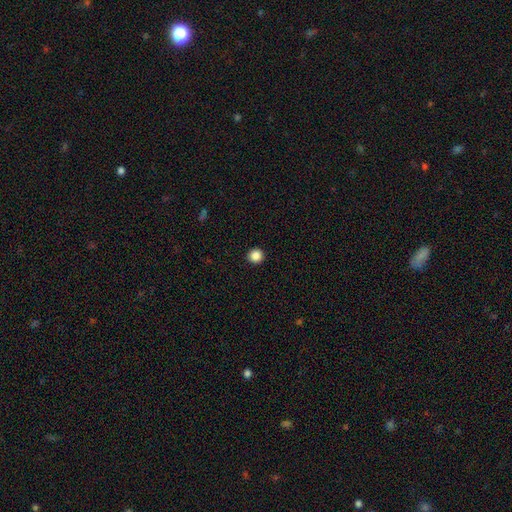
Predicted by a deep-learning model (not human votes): smooth_or_featured: smooth (p=0.87) [alt: star or artifact p=0.10]
how_rounded: round (p=0.95) [alt: in between p=0.04]
merging: none (p=0.94) [alt: minor disturbance p=0.04]